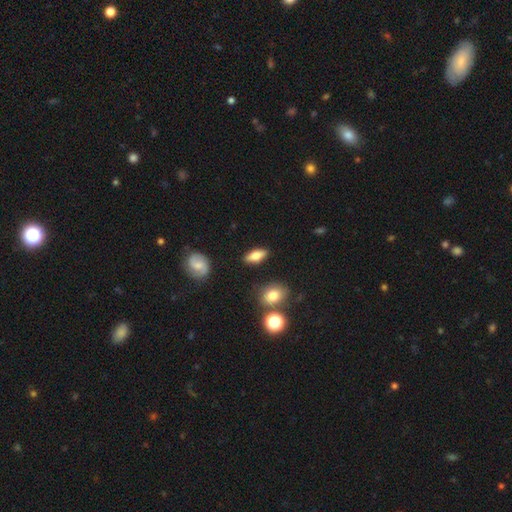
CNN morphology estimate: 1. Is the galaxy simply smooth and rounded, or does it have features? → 64% smooth, 28% featured or disk, 8% star or artifact.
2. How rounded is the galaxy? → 71% in between, 24% cigar-shaped, 5% round.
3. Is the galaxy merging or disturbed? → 86% none, 9% minor disturbance, 2% major disturbance, 2% merger.